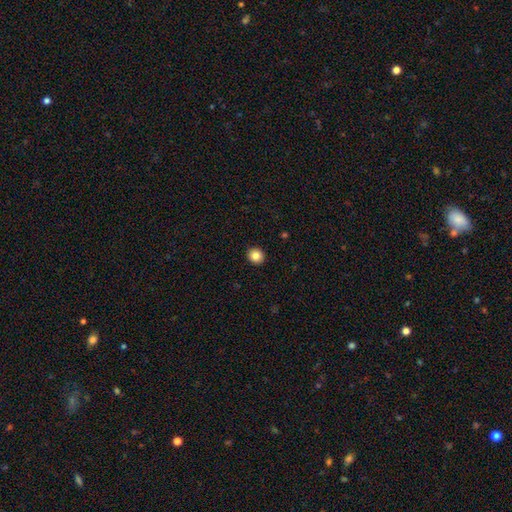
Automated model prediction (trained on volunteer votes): Smooth or featured? Predicted: smooth (p=0.84). How rounded? Predicted: round (p=0.88). Merging? Predicted: none (p=0.93).